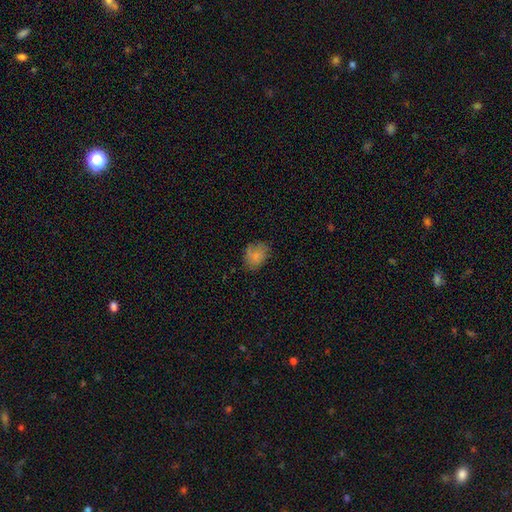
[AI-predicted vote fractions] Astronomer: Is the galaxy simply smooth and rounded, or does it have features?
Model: smooth — 76%.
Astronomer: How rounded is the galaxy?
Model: in between — 56% (runner-up: round, 43%).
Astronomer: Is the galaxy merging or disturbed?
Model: none — 61%.